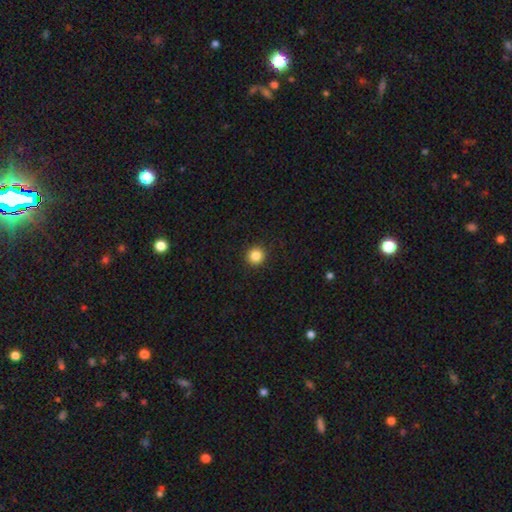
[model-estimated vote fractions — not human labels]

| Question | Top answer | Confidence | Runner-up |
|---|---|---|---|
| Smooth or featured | smooth | 85% | star or artifact (11%) |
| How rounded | round | 95% | in between (5%) |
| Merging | none | 92% | minor disturbance (5%) |